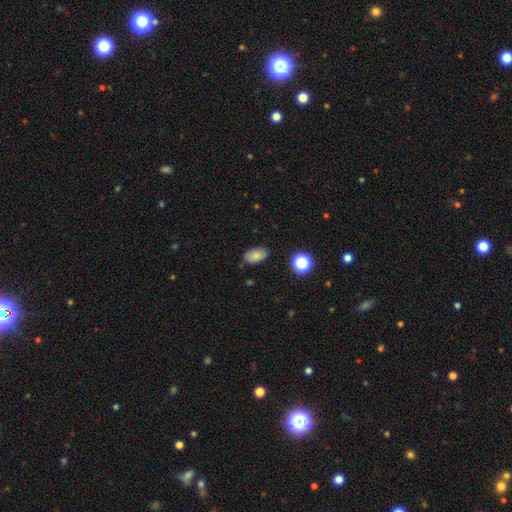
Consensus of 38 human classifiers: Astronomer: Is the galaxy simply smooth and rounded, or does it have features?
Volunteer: smooth — 87%.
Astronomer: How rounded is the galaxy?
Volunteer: in between — 88%.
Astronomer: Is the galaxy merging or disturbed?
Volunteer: none — 75%.